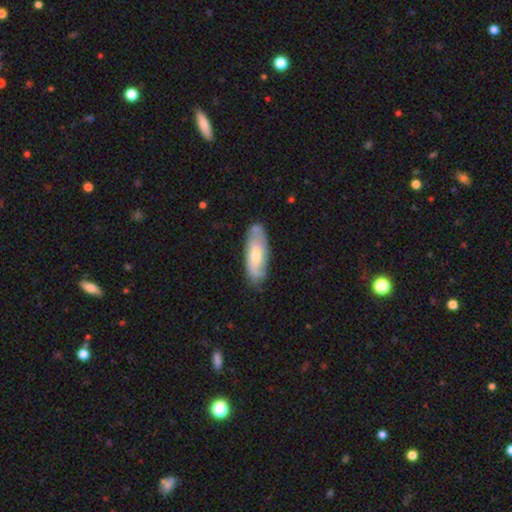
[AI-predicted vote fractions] smooth 50%, featured or disk 44%, star or artifact 6%. Down the decision tree: merging — none (72%).